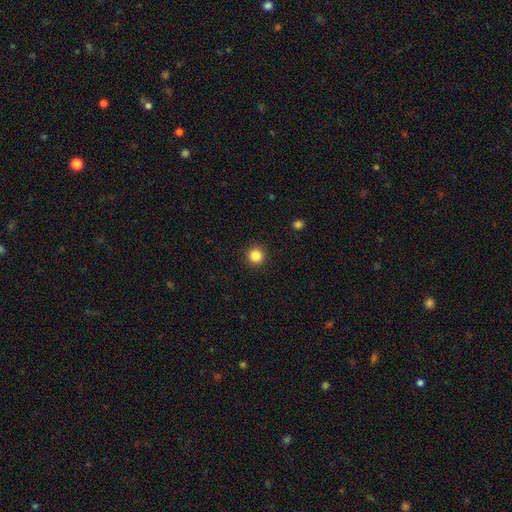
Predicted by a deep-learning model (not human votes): This is clearly a smooth galaxy (85%). How rounded: clearly round (96%). Merging: clearly none (93%).